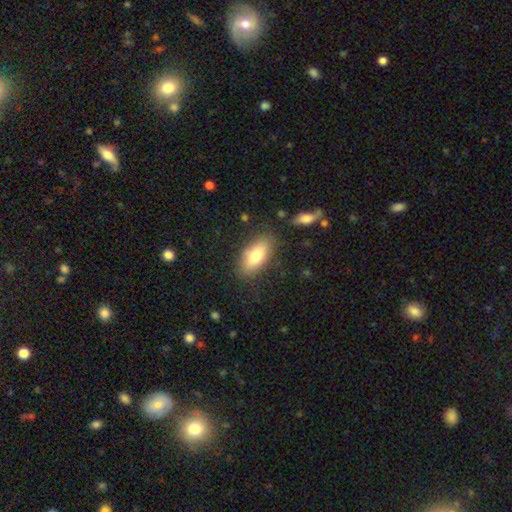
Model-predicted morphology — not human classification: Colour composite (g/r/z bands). It shows a smooth galaxy with no disk features (76%) that is in between round and cigar-shaped (87%). Merging: none (80%).